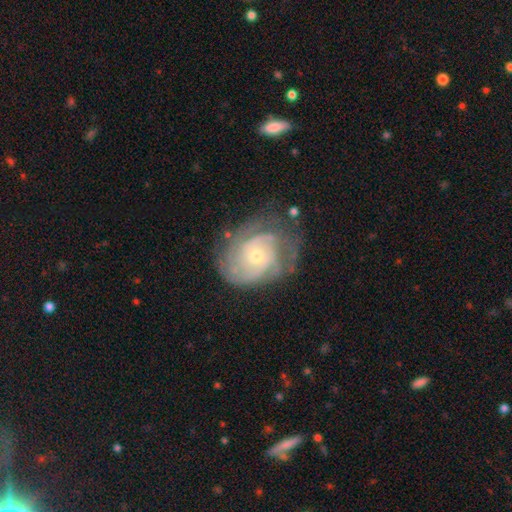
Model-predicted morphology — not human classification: featured or disk 84%, smooth 10%, star or artifact 6%. Down the decision tree: edge-on disk — no (97%); bar — no (73%); spiral arms — yes (94%); spiral arm count — can't tell (33%); spiral winding — tight (63%); bulge size — small (59%); merging — none (64%).